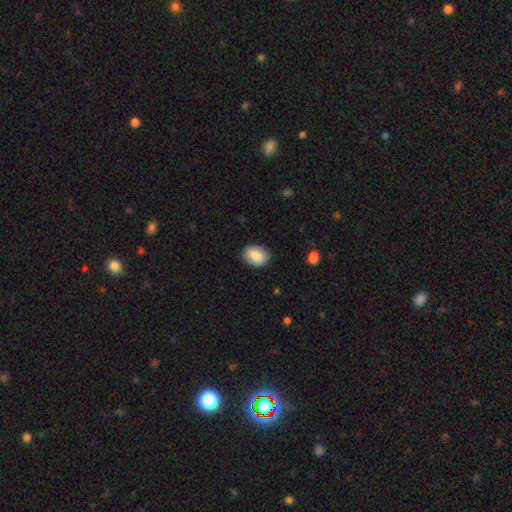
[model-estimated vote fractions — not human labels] smooth-or-featured: smooth: 87% | star or artifact: 7% | featured or disk: 6%
  how-rounded: in between: 71% | round: 28% | cigar-shaped: 1%
  merging: none: 83% | minor disturbance: 13% | major disturbance: 3% | merger: 1%